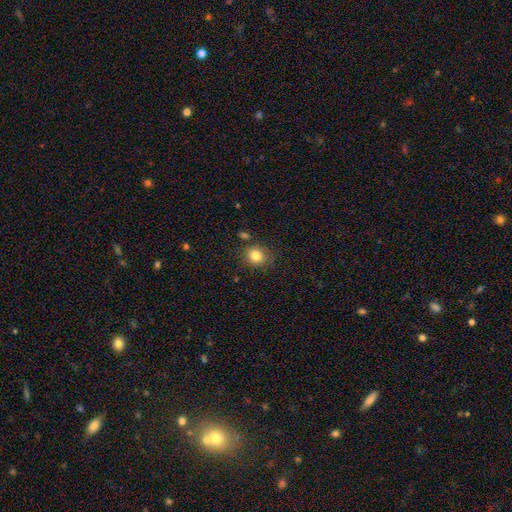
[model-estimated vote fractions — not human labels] Overall: smooth (82%). How rounded: round (72%). Merging: none (80%).